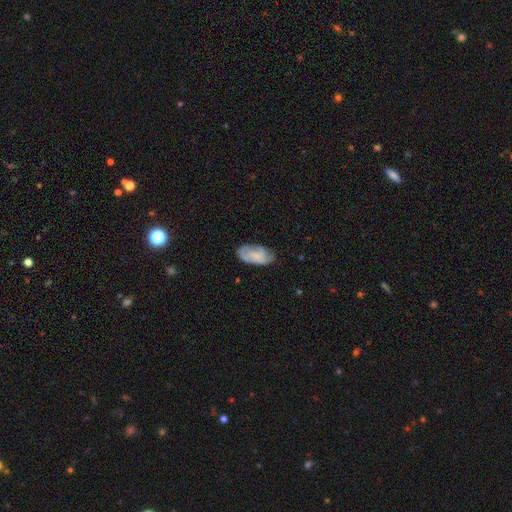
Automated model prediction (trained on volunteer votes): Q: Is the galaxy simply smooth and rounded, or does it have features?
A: smooth — 56%.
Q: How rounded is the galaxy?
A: in between — 93%.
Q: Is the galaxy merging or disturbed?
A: none — 68%.